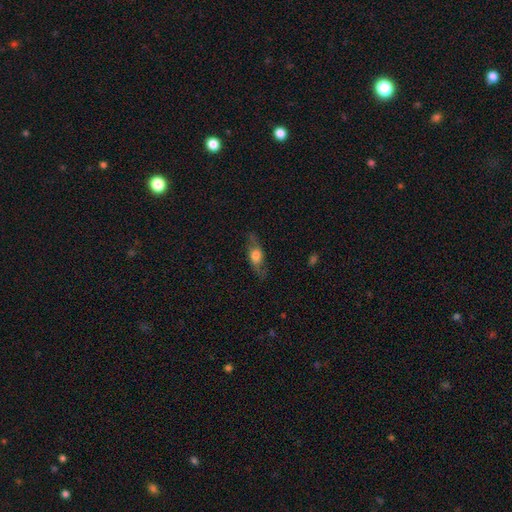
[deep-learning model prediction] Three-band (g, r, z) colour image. It shows a smooth galaxy with no disk features (47%). Merging: none (76%).